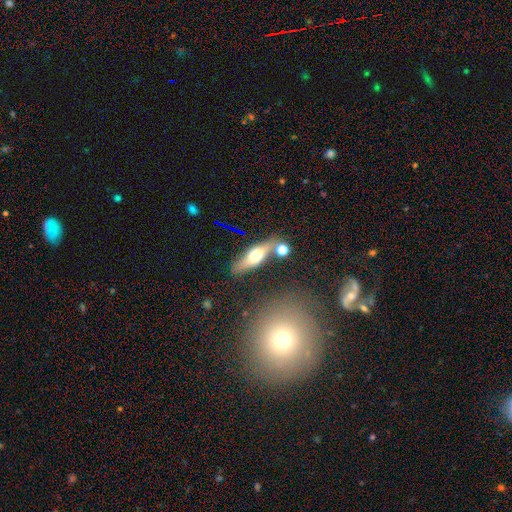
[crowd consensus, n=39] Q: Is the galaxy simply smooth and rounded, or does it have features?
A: featured or disk — 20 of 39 (51%).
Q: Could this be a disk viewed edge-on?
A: yes — 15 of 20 (75%).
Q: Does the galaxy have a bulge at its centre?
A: rounded — 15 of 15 (100%).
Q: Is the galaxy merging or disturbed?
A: none — 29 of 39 (74%).